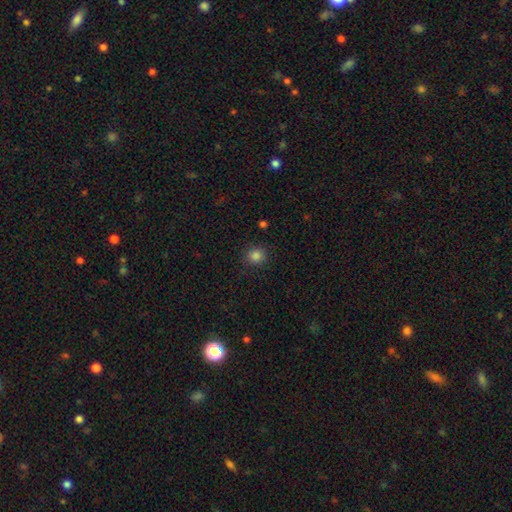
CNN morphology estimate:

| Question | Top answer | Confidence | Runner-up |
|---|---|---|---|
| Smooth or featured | smooth | 84% | star or artifact (12%) |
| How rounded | round | 87% | in between (12%) |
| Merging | none | 89% | minor disturbance (7%) |